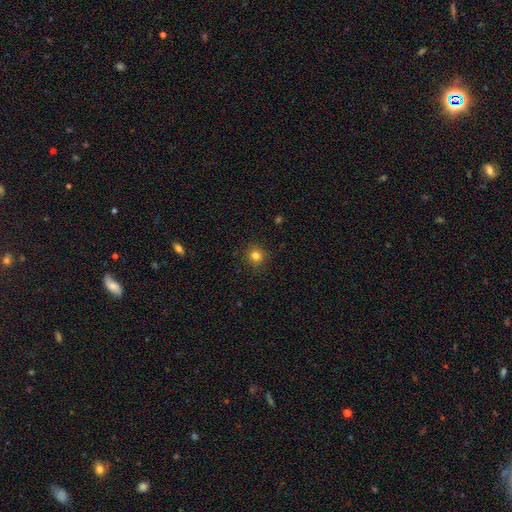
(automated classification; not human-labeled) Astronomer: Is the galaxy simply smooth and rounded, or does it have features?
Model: smooth — 82%.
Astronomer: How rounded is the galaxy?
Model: round — 91%.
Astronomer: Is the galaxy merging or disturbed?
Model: none — 91%.